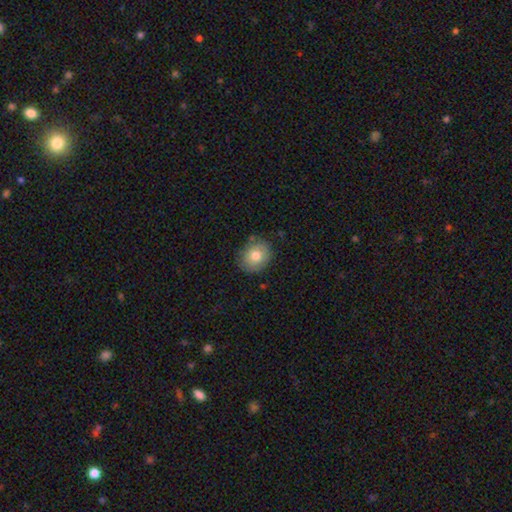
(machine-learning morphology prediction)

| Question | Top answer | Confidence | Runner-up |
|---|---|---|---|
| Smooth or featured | smooth | 76% | featured or disk (16%) |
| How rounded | round | 62% | in between (37%) |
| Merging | none | 81% | minor disturbance (15%) |